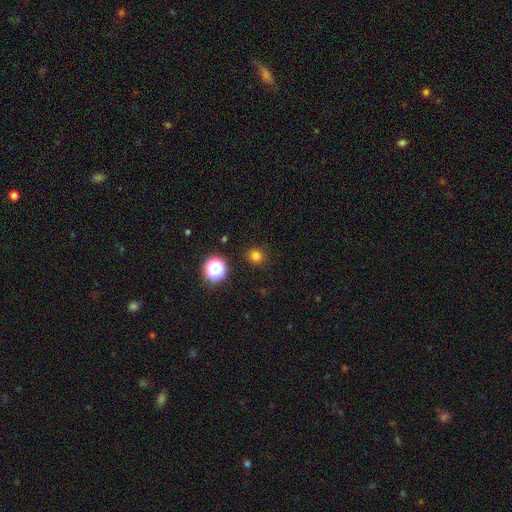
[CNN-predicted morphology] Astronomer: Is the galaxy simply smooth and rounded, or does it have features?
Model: smooth — 78%.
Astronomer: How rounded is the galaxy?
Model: round — 91%.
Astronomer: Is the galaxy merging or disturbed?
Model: none — 89%.